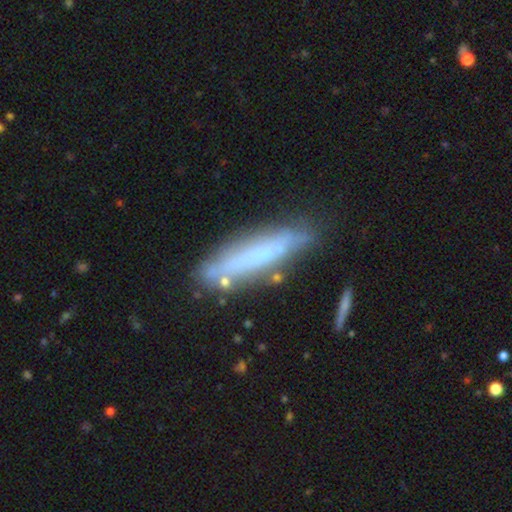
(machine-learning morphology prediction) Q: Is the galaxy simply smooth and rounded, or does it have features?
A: featured or disk — 48%.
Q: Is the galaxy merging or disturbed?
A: none — 71%.